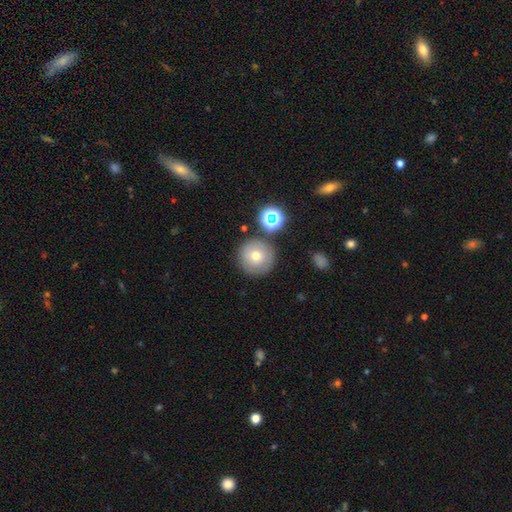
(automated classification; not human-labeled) This appears to be a smooth galaxy with no disk features (67%) that is round (96%). Merging: none (81%).